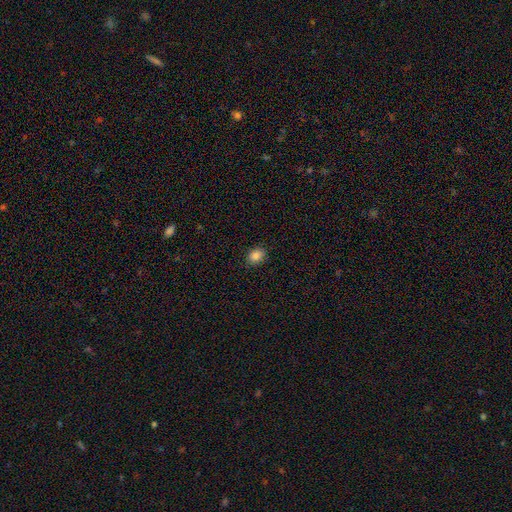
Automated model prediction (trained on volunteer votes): smooth 85%, star or artifact 10%, featured or disk 4%. Down the decision tree: how rounded — in between (54%); merging — none (88%).